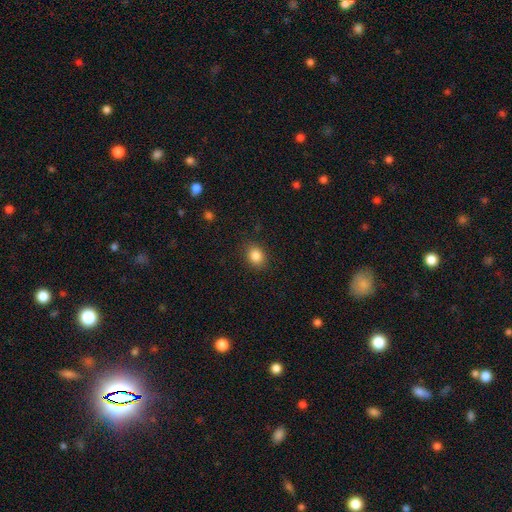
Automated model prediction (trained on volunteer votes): smooth_or_featured: smooth (p=0.85) [alt: star or artifact p=0.10]
how_rounded: round (p=0.51) [alt: in between p=0.48]
merging: none (p=0.87) [alt: minor disturbance p=0.09]